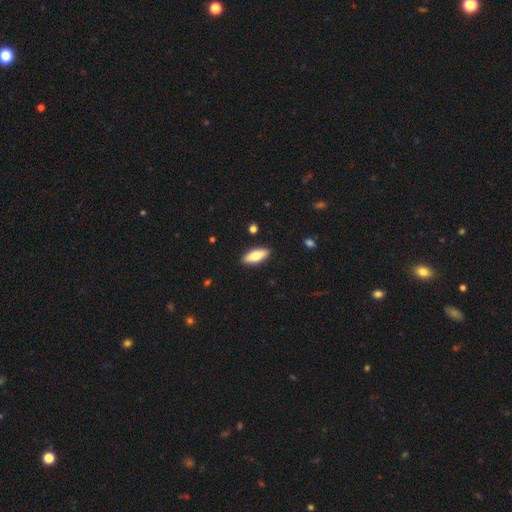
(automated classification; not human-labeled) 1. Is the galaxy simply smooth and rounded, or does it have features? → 74% smooth, 20% featured or disk, 6% star or artifact.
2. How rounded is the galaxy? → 73% in between, 24% cigar-shaped, 2% round.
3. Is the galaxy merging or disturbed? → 89% none, 8% minor disturbance, 2% major disturbance, 1% merger.